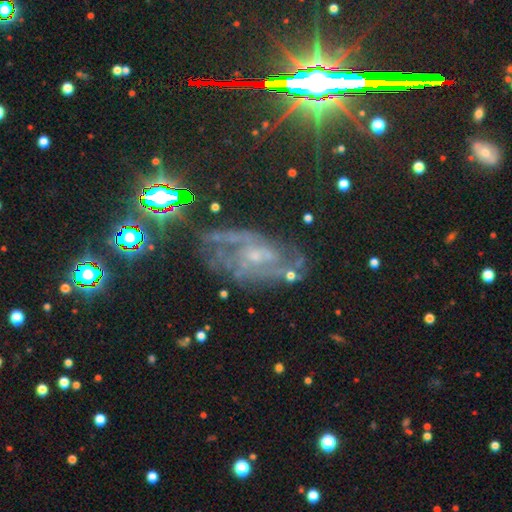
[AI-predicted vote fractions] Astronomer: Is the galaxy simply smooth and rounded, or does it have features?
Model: featured or disk — 72%.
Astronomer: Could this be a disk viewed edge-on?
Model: no — 95%.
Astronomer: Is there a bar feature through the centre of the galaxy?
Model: no — 58% (runner-up: weak, 34%).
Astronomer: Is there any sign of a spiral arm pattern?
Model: yes — 84%.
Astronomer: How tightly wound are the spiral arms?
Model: medium — 45% (runner-up: tight, 31%).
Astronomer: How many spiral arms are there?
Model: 2 — 39% (runner-up: can't tell, 36%).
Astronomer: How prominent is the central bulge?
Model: small — 65%.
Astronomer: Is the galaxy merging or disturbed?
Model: none — 56%.